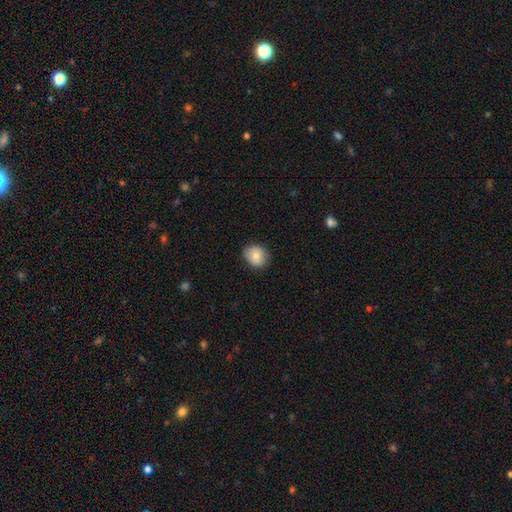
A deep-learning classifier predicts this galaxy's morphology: Q: Smooth or featured?
A: smooth (81%); runner-up: featured or disk (11%)
Q: How rounded?
A: round (66%); runner-up: in between (33%)
Q: Merging?
A: none (80%); runner-up: minor disturbance (16%)